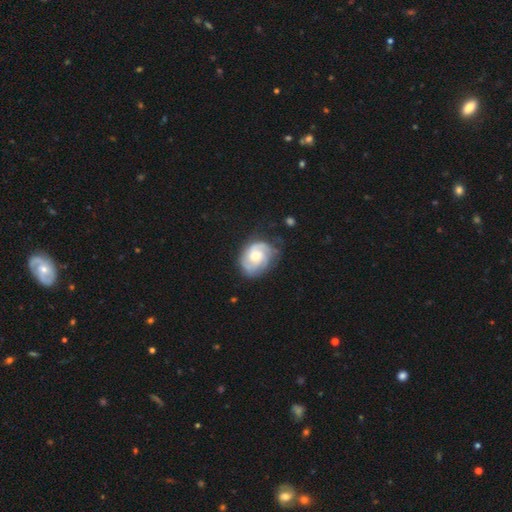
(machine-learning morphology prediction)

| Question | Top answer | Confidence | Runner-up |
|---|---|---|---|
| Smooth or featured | featured or disk | 82% | smooth (13%) |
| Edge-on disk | no | 98% | yes (2%) |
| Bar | no | 66% | weak (30%) |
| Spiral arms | yes | 96% | no (4%) |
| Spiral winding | tight | 56% | medium (35%) |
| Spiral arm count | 3 | 37% | 2 (31%) |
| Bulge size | moderate | 62% | small (30%) |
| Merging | none | 70% | minor disturbance (21%) |